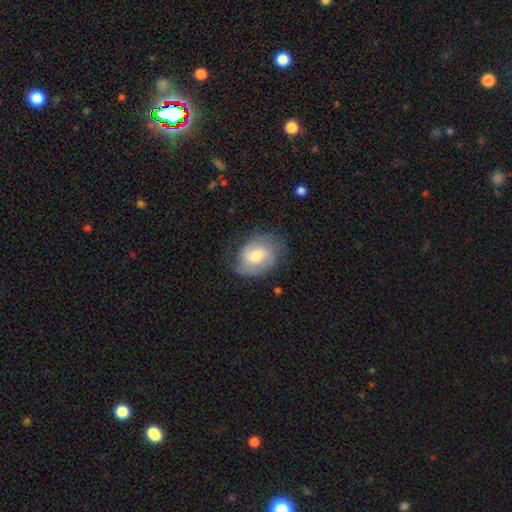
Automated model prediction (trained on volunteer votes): smooth_or_featured: featured or disk (p=0.54) [alt: smooth p=0.39]
disk_edge_on: no (p=0.97) [alt: yes p=0.03]
bar: no (p=0.45) [tied with: weak p=0.45]
has_spiral_arms: yes (p=0.85) [alt: no p=0.15]
bulge_size: moderate (p=0.52) [alt: small p=0.28]
merging: none (p=0.68) [alt: minor disturbance p=0.22]